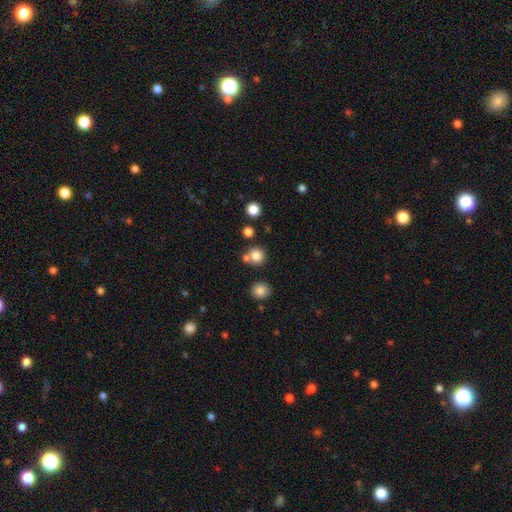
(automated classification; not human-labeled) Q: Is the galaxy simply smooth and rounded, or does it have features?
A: smooth — 81%.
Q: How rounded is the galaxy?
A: round — 89%.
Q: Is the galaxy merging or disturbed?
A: none — 67%.